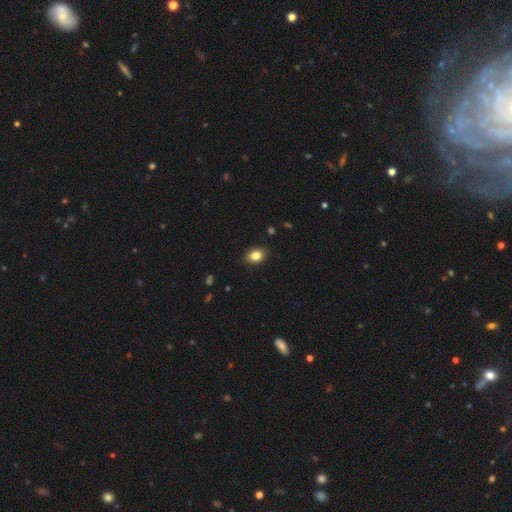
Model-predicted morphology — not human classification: smooth_or_featured: smooth (p=0.85) [alt: star or artifact p=0.09]
how_rounded: in between (p=0.66) [alt: round p=0.33]
merging: none (p=0.89) [alt: minor disturbance p=0.08]